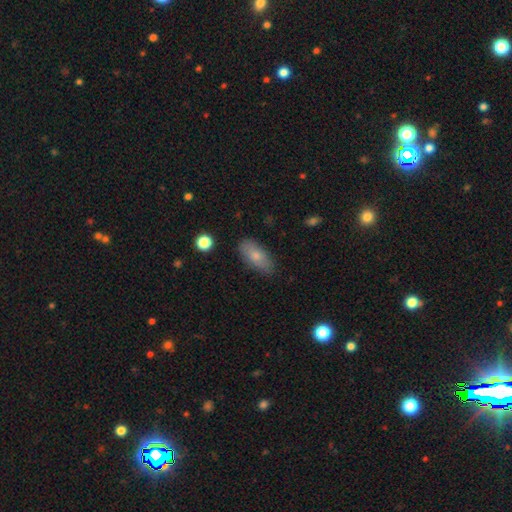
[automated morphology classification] Q: Smooth or featured?
A: smooth (77%); runner-up: featured or disk (16%)
Q: How rounded?
A: in between (87%); runner-up: cigar-shaped (9%)
Q: Merging?
A: none (82%); runner-up: minor disturbance (14%)